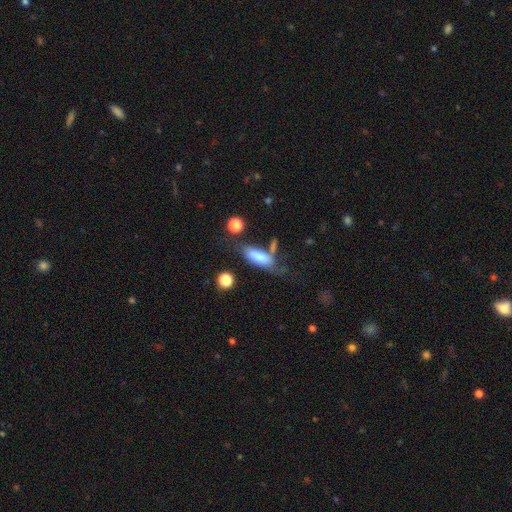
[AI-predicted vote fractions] smooth 73%, featured or disk 19%, star or artifact 8%. Down the decision tree: how rounded — in between (69%); merging — none (41%).